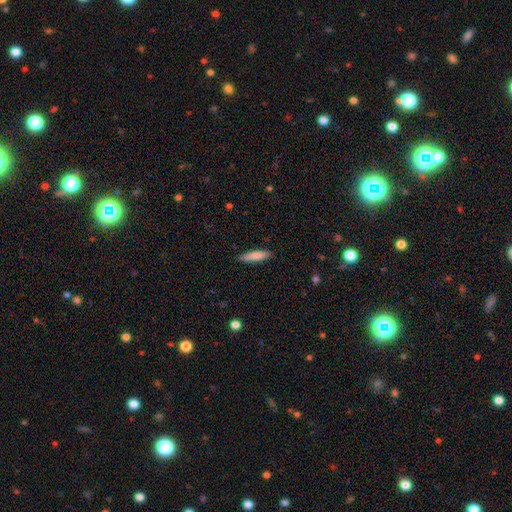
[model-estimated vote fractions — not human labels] Overall: smooth (80%). How rounded: cigar-shaped (76%). Merging: none (87%).